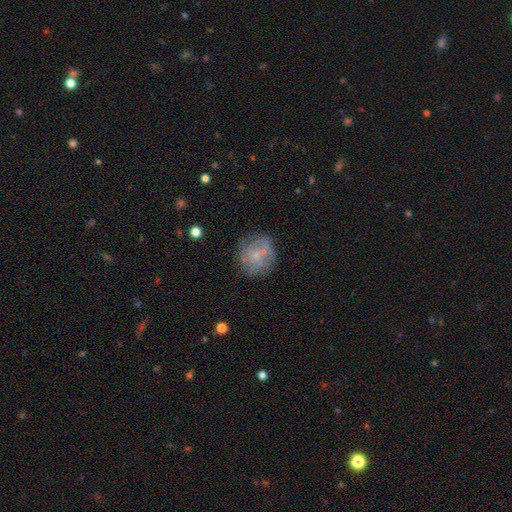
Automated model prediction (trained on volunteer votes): This appears to be a smooth galaxy with no disk features (46%). Merging: none (63%).